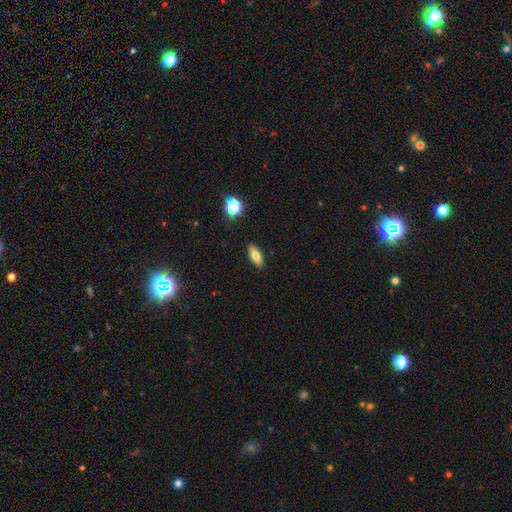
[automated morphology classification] Overall: smooth (70%). How rounded: in between (70%). Merging: none (89%).